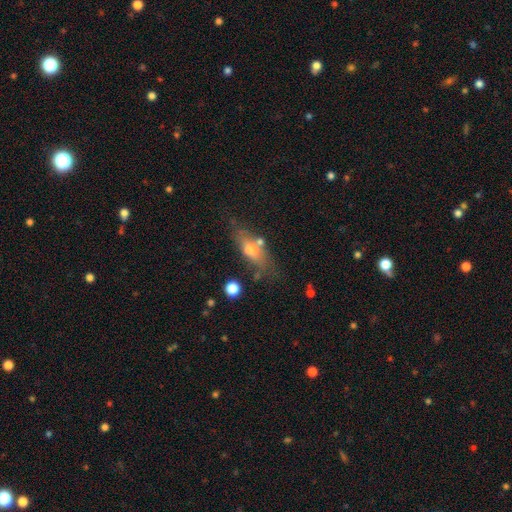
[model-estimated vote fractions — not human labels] smooth 47%, featured or disk 41%, star or artifact 13%. Down the decision tree: merging — none (66%).